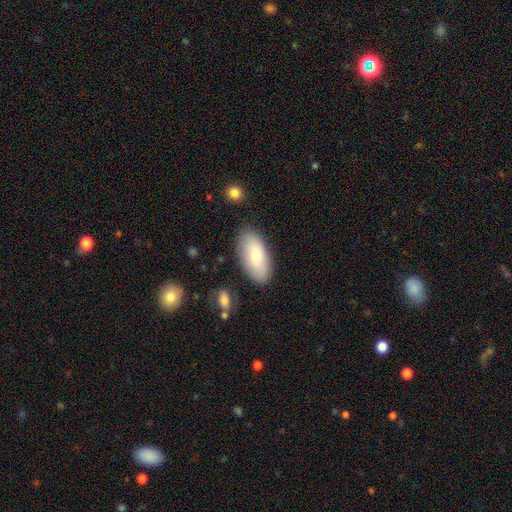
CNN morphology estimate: Smooth or featured: smooth — 77% (featured or disk — 17%)
How rounded: in between — 92% (cigar-shaped — 5%)
Merging: none — 83% (minor disturbance — 12%)